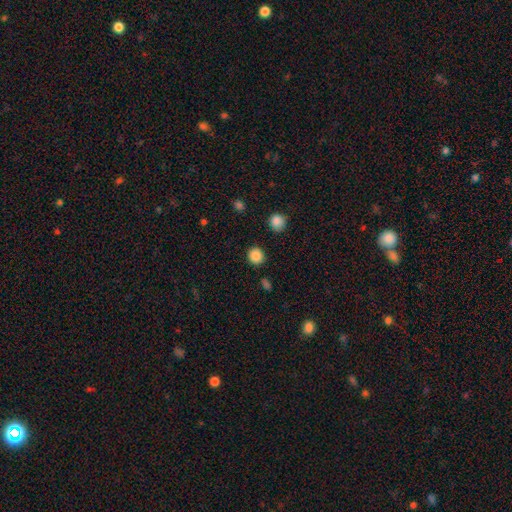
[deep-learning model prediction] smooth-or-featured: smooth: 86% | star or artifact: 10% | featured or disk: 3%
  how-rounded: round: 91% | in between: 8% | cigar-shaped: 1%
  merging: none: 90% | minor disturbance: 6% | major disturbance: 2% | merger: 2%